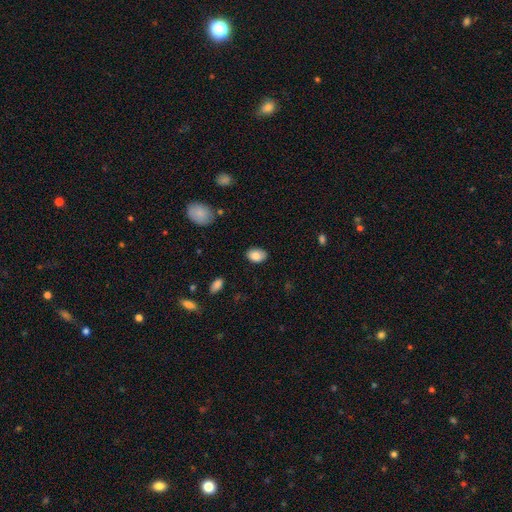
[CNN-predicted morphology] smooth_or_featured: smooth (p=0.85) [alt: featured or disk p=0.08]
how_rounded: in between (p=0.85) [alt: round p=0.14]
merging: none (p=0.84) [alt: minor disturbance p=0.12]